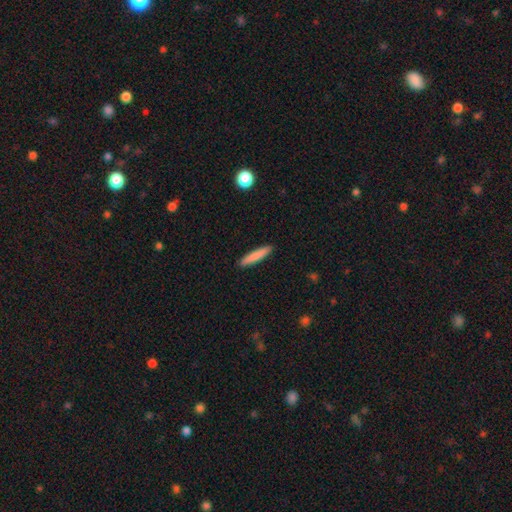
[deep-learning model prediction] A smooth galaxy with no disk features (83%) that is cigar-shaped (92%). Merging: none (92%).